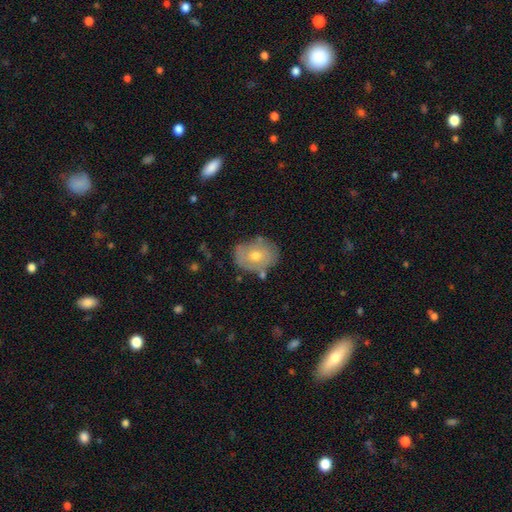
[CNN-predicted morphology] type=smooth (52%); roundness=in between (52%); merging=none (71%).